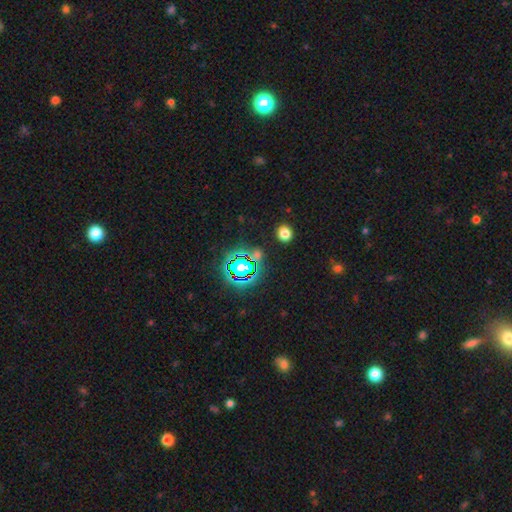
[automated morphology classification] Smooth or featured? star or artifact (67%)